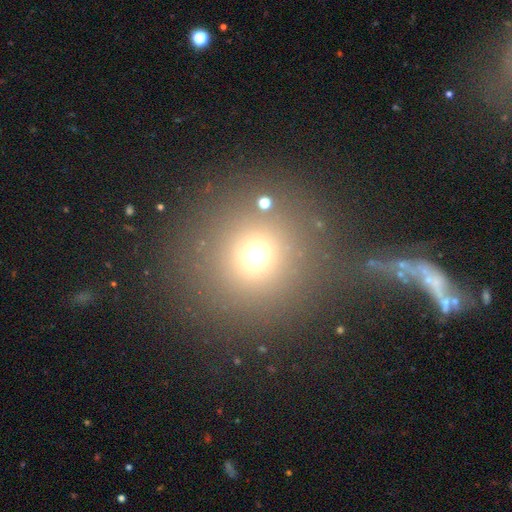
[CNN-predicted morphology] Overall: smooth (66%; star or artifact 26%). How rounded: round (93%). Merging: none (82%).